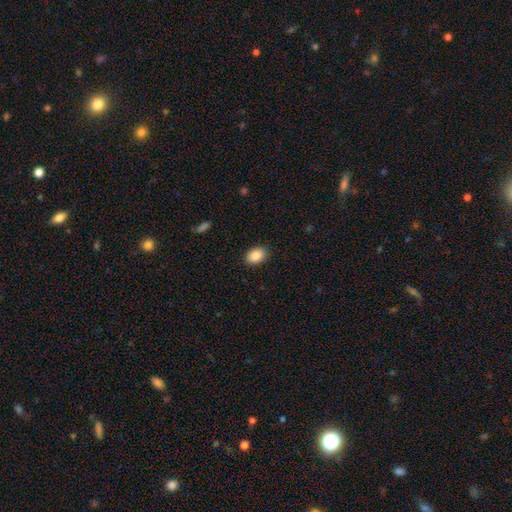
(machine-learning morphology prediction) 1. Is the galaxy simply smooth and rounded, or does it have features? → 89% smooth, 7% star or artifact, 4% featured or disk.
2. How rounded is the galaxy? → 84% in between, 14% round, 1% cigar-shaped.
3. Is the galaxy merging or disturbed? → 89% none, 8% minor disturbance, 2% major disturbance, 1% merger.